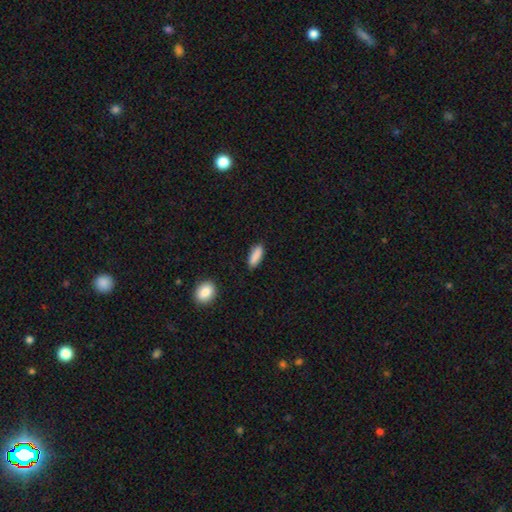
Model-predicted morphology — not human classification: This is clearly a smooth galaxy (89%). How rounded: likely in between (62%). Merging: clearly none (85%).